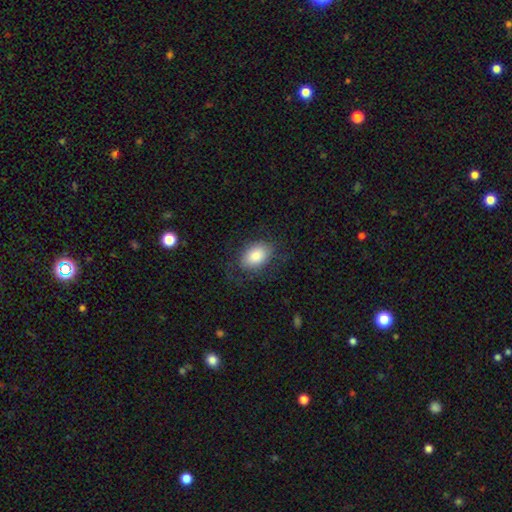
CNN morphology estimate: Smooth or featured? Predicted: smooth (p=0.82). How rounded? Predicted: in between (p=0.84). Merging? Predicted: none (p=0.73).